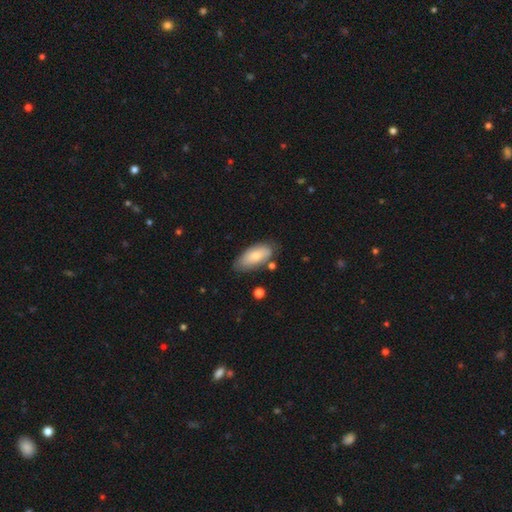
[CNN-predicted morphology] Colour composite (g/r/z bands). It shows a smooth galaxy with no disk features (76%) that is in between round and cigar-shaped (88%). Merging: none (72%).